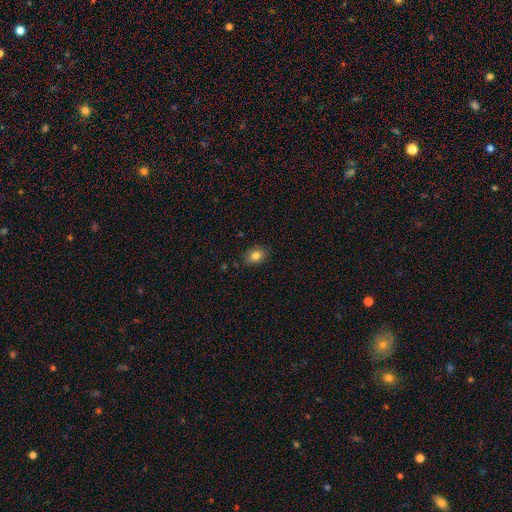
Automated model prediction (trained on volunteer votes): Morphology: type=smooth (82%); roundness=in between (69%); merging=none (84%).